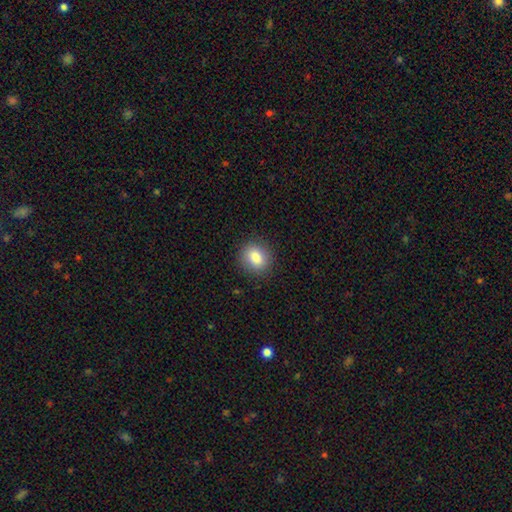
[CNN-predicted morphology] Smooth or featured? Predicted: smooth (p=0.85). How rounded? Predicted: round (p=0.67). Merging? Predicted: none (p=0.88).